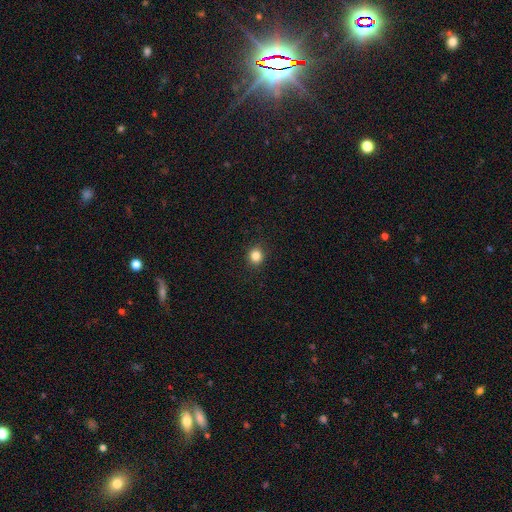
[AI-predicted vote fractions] smooth-or-featured: smooth: 84% | star or artifact: 12% | featured or disk: 4%
  how-rounded: round: 87% | in between: 12% | cigar-shaped: 1%
  merging: none: 91% | minor disturbance: 6% | major disturbance: 2% | merger: 1%